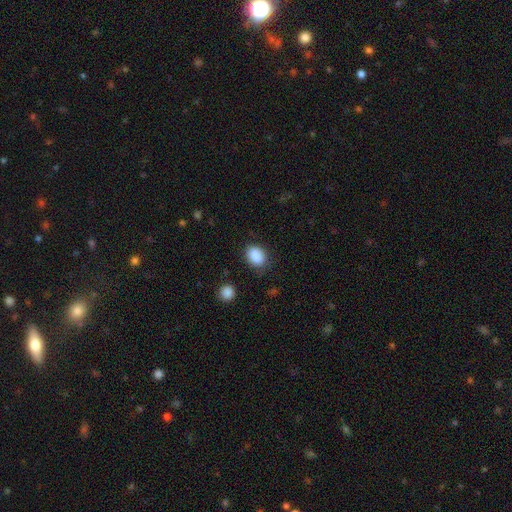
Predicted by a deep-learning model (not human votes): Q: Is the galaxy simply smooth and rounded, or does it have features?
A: smooth — 88%.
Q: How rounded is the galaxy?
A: in between — 70%.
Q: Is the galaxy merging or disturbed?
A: none — 81%.